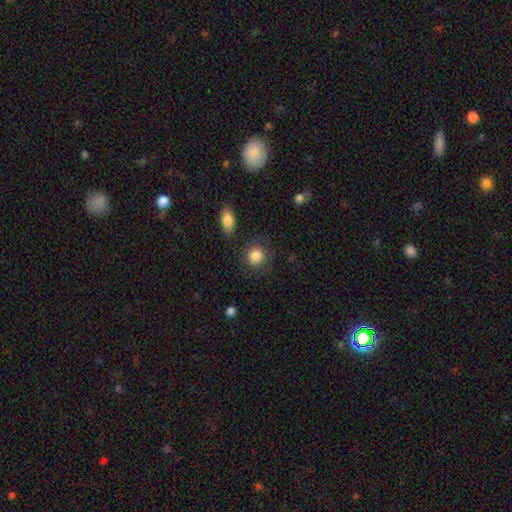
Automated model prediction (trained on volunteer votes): Smooth or featured? Predicted: smooth (p=0.87). How rounded? Predicted: round (p=0.87). Merging? Predicted: none (p=0.82).